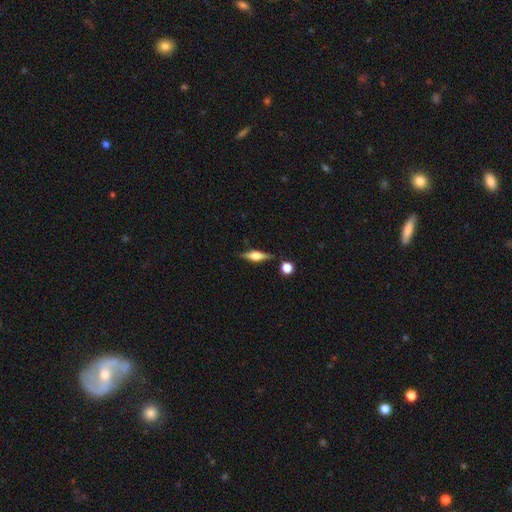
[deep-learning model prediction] smooth_or_featured: featured or disk (p=0.68) [alt: smooth p=0.25]
disk_edge_on: yes (p=0.96) [alt: no p=0.04]
edge_on_bulge: rounded (p=0.88) [alt: boxy p=0.10]
merging: none (p=0.84) [alt: minor disturbance p=0.10]